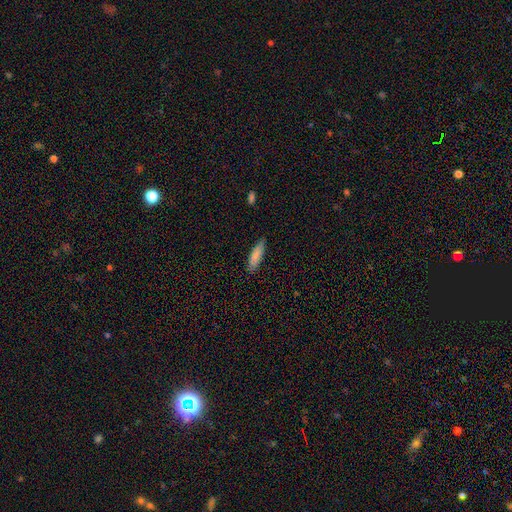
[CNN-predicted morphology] A smooth galaxy with no disk features (84%) that is cigar-shaped (63%).

Vote fractions:
- Smooth or featured? smooth: 84% / featured or disk: 10% / star or artifact: 6%
- How rounded? cigar-shaped: 63% / in between: 35% / round: 1%
- Merging? none: 82% / minor disturbance: 14% / major disturbance: 2% / merger: 1%